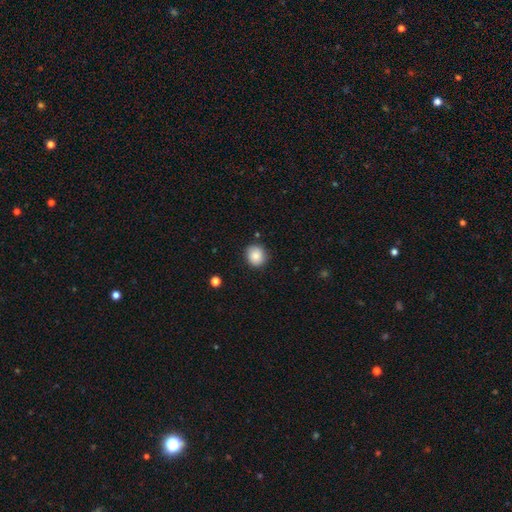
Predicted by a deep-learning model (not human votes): Overall: smooth (86%). How rounded: round (85%). Merging: none (85%).